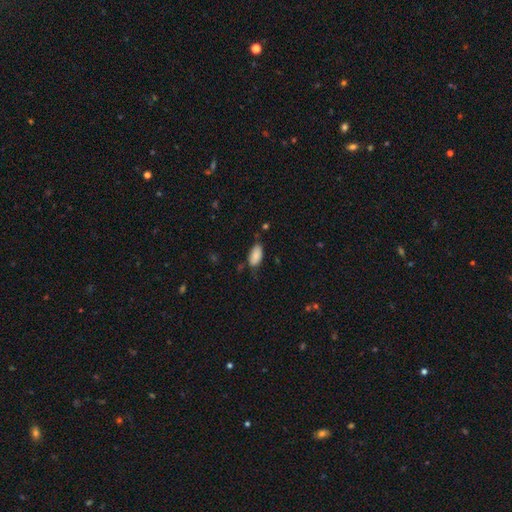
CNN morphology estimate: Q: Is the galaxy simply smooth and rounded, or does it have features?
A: smooth — 87%.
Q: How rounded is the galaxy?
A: in between — 92%.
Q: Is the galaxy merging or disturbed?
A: none — 67%.